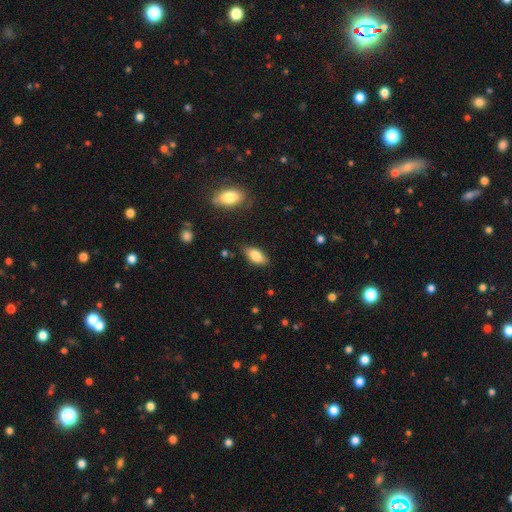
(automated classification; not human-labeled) smooth_or_featured: smooth (p=0.81) [alt: featured or disk p=0.12]
how_rounded: in between (p=0.88) [alt: cigar-shaped p=0.08]
merging: none (p=0.77) [alt: minor disturbance p=0.17]